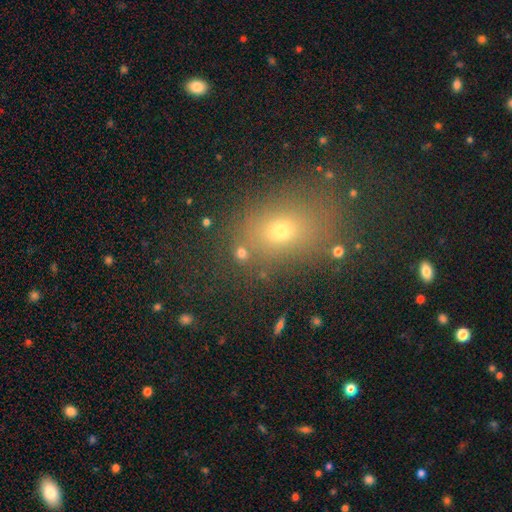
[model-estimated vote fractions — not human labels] Smooth or featured? Predicted: smooth (p=0.64). How rounded? Predicted: in between (p=0.64). Merging? Predicted: none (p=0.77).